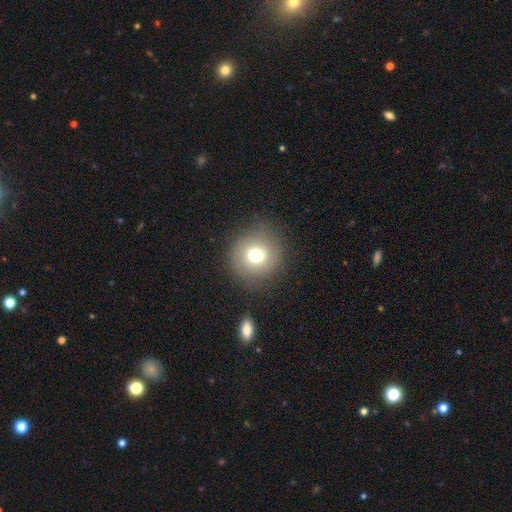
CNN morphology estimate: Smooth or featured?
  - smooth: 72% *
  - featured or disk: 15%
  - star or artifact: 12%
How rounded?
  - round: 87% *
  - in between: 12%
  - cigar-shaped: 1%
Merging?
  - none: 81% *
  - minor disturbance: 12%
  - major disturbance: 5%
  - merger: 2%